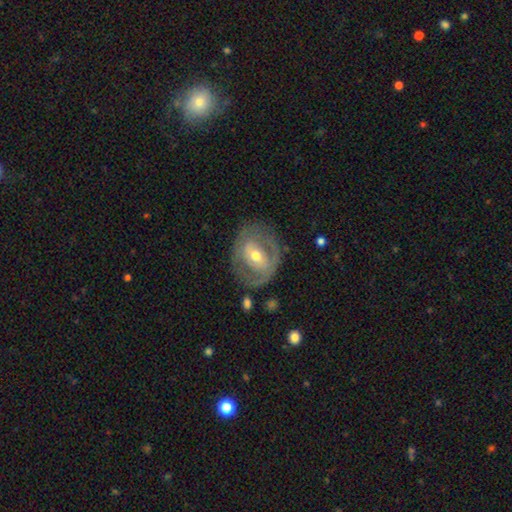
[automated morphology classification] smooth_or_featured: featured or disk (p=0.71) [alt: smooth p=0.24]
disk_edge_on: no (p=0.95) [alt: yes p=0.05]
bar: weak (p=0.40) [alt: no p=0.34]
has_spiral_arms: yes (p=0.57) [alt: no p=0.43]
bulge_size: moderate (p=0.68) [alt: small p=0.26]
merging: none (p=0.69) [alt: minor disturbance p=0.19]